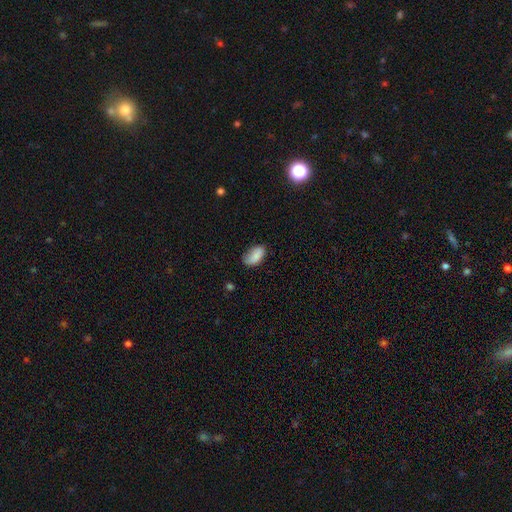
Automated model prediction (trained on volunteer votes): Smooth or featured?
  - smooth: 84% *
  - featured or disk: 8%
  - star or artifact: 8%
How rounded?
  - in between: 92% *
  - round: 4%
  - cigar-shaped: 4%
Merging?
  - none: 64% *
  - minor disturbance: 28%
  - major disturbance: 6%
  - merger: 2%